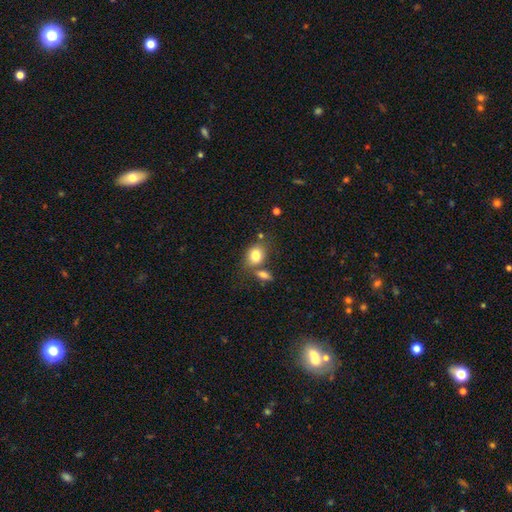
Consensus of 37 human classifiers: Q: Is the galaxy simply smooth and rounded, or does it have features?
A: smooth — 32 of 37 (86%).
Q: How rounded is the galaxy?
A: round — 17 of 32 (53%).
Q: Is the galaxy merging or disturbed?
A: none — 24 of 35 (69%).